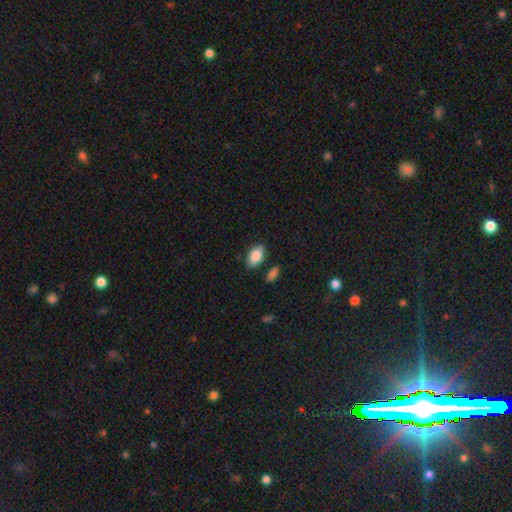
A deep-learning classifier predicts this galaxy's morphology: This is clearly a smooth galaxy (85%). How rounded: clearly in between (92%). Merging: clearly none (81%).